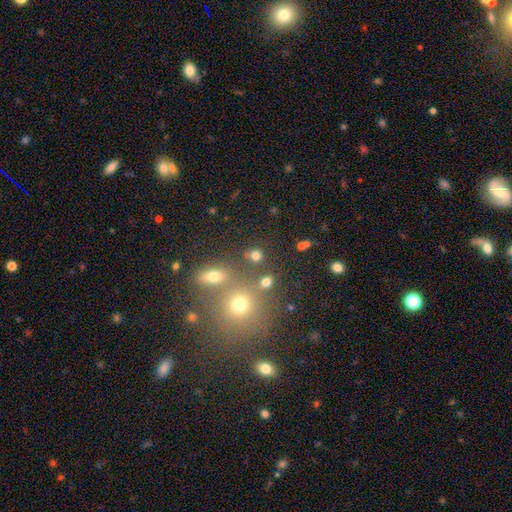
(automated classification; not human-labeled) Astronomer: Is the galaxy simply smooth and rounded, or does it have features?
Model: smooth — 75%.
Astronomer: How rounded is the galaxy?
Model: round — 78%.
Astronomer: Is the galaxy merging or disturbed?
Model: none — 73%.